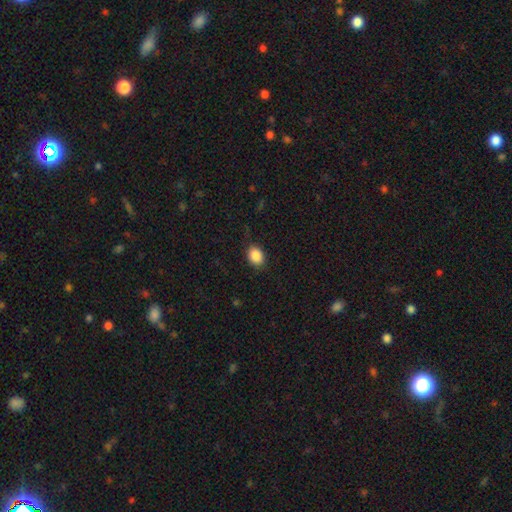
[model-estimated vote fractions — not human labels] This is clearly a smooth galaxy (88%). How rounded: likely in between (61%). Merging: clearly none (85%).